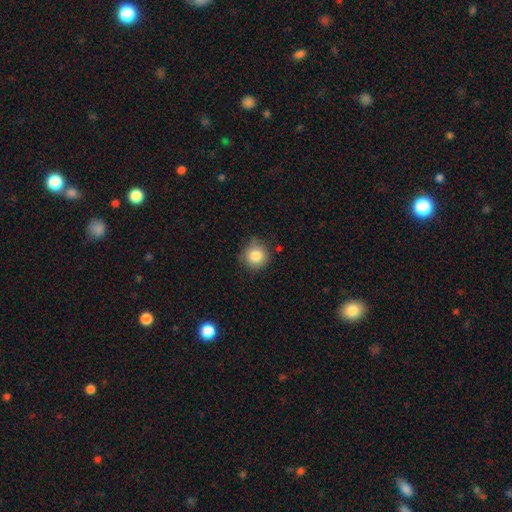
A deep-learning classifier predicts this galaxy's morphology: This appears to be a smooth galaxy with no disk features (83%) that is round (91%). Merging: none (76%).